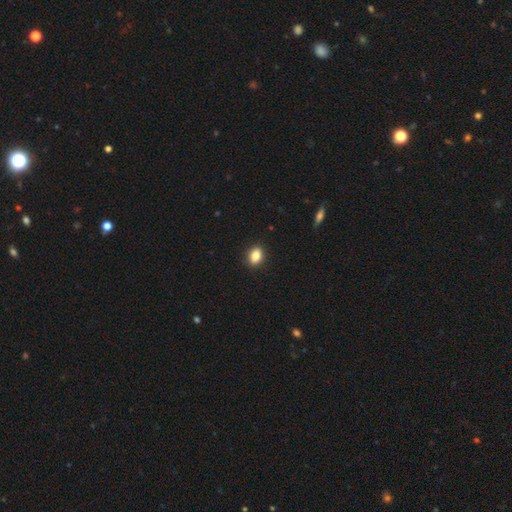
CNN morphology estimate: Smooth or featured?
  - smooth: 86% *
  - star or artifact: 9%
  - featured or disk: 5%
How rounded?
  - in between: 73% *
  - round: 25%
  - cigar-shaped: 2%
Merging?
  - none: 90% *
  - minor disturbance: 8%
  - major disturbance: 2%
  - merger: 1%